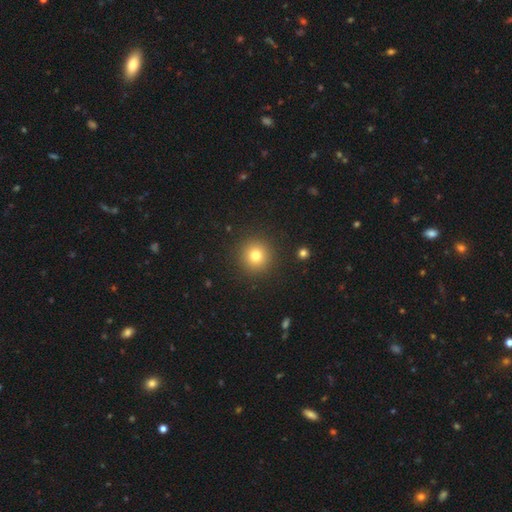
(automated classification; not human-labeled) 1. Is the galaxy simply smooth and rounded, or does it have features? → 78% smooth, 14% star or artifact, 9% featured or disk.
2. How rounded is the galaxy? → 95% round, 4% in between, 1% cigar-shaped.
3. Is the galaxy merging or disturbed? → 91% none, 5% minor disturbance, 2% major disturbance, 1% merger.